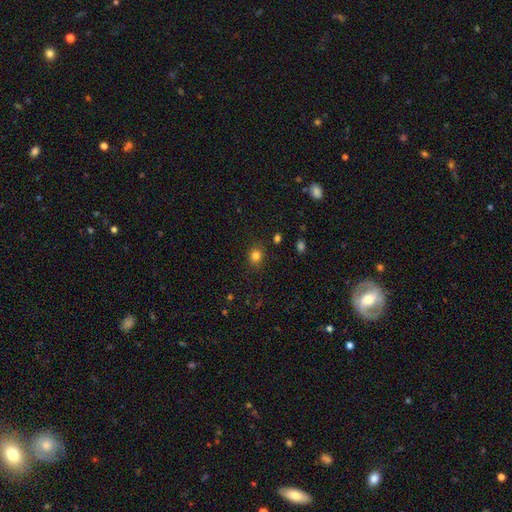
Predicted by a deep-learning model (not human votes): A smooth galaxy with no disk features (81%) that is round (76%).

Vote fractions:
- Smooth or featured? smooth: 81% / star or artifact: 14% / featured or disk: 5%
- How rounded? round: 76% / in between: 23% / cigar-shaped: 1%
- Merging? none: 86% / minor disturbance: 9% / major disturbance: 3% / merger: 2%